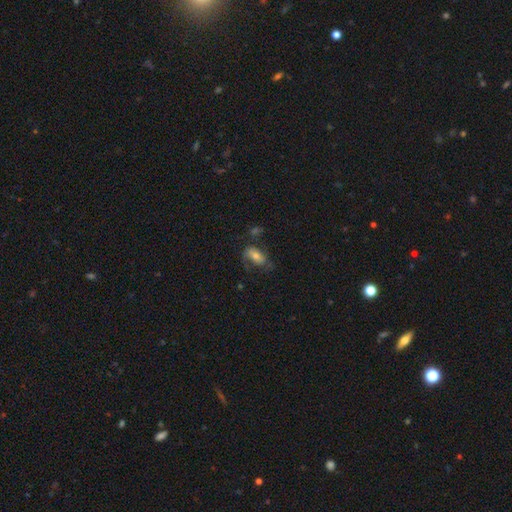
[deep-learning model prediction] smooth-or-featured: smooth: 56% | featured or disk: 34% | star or artifact: 9%
  how-rounded: in between: 87% | round: 8% | cigar-shaped: 5%
  merging: none: 45% | minor disturbance: 26% | major disturbance: 23% | merger: 6%